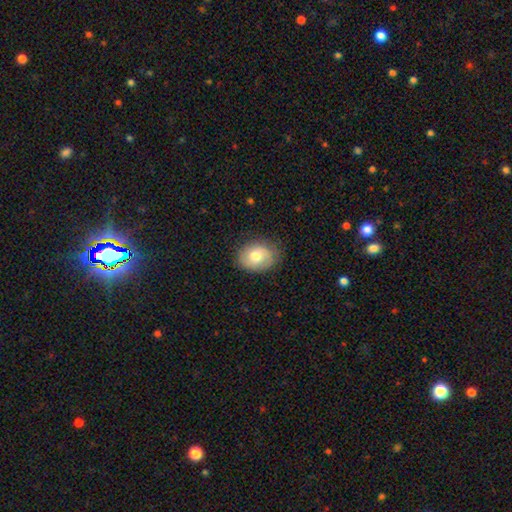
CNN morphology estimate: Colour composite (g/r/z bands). It shows a smooth galaxy with no disk features (71%) that is in between round and cigar-shaped (56%). Merging: none (77%).